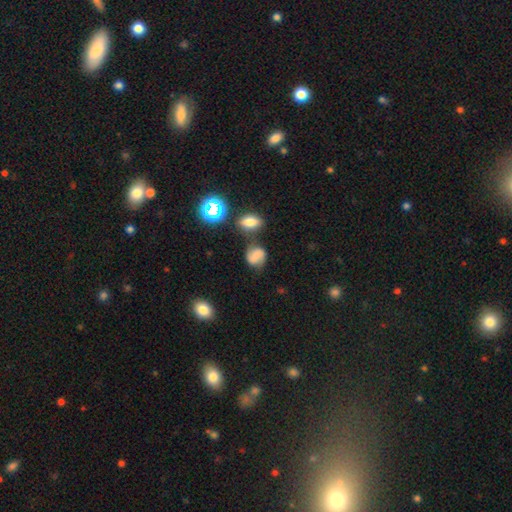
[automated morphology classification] smooth 60%, featured or disk 24%, star or artifact 15%. Down the decision tree: how rounded — round (57%); merging — none (58%).